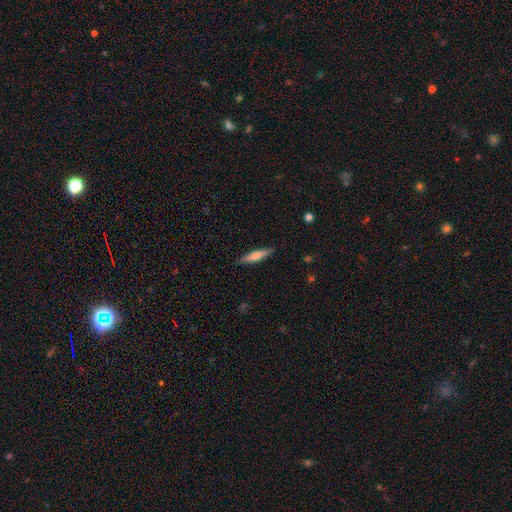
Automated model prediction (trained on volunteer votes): Morphology: type=smooth (51%); roundness=cigar-shaped (83%); merging=none (89%).